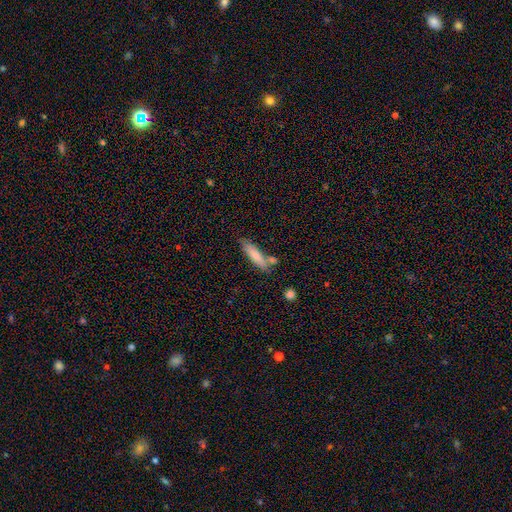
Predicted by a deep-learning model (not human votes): Morphology: type=smooth (76%); roundness=cigar-shaped (74%); merging=none (66%).